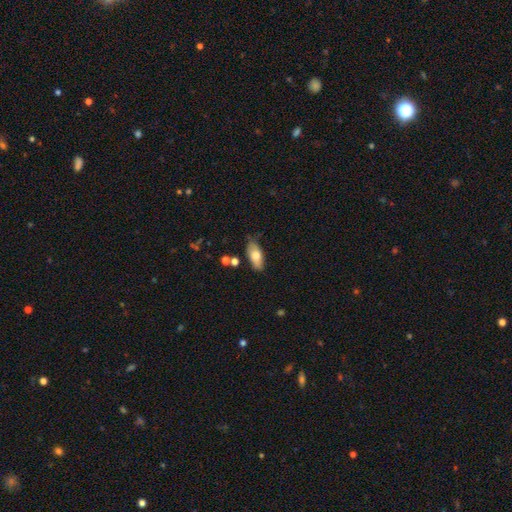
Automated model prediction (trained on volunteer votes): A smooth galaxy with no disk features (72%) that is in between round and cigar-shaped (84%).

Vote fractions:
- Smooth or featured? smooth: 72% / featured or disk: 21% / star or artifact: 7%
- How rounded? in between: 84% / cigar-shaped: 13% / round: 3%
- Merging? none: 74% / minor disturbance: 18% / merger: 5% / major disturbance: 4%